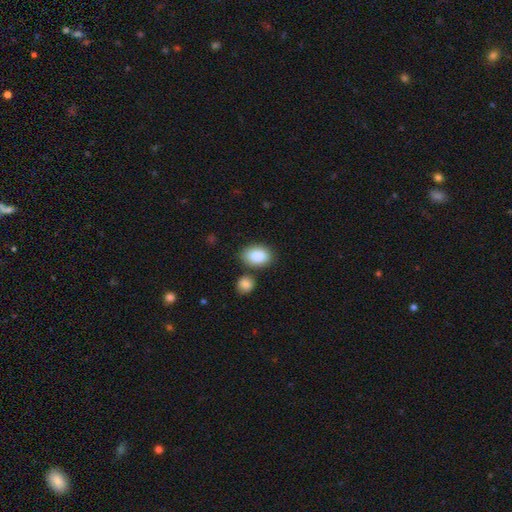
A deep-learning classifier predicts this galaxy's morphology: A smooth galaxy with no disk features (86%) that is in between round and cigar-shaped (83%). Merging: none (76%).